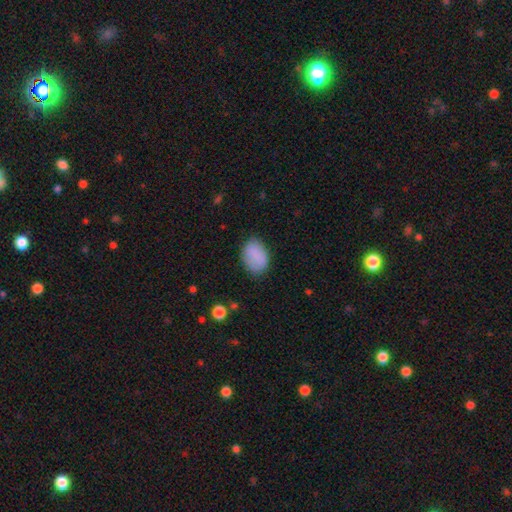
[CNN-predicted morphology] This is clearly a smooth galaxy (84%). How rounded: likely in between (79%). Merging: likely none (76%).